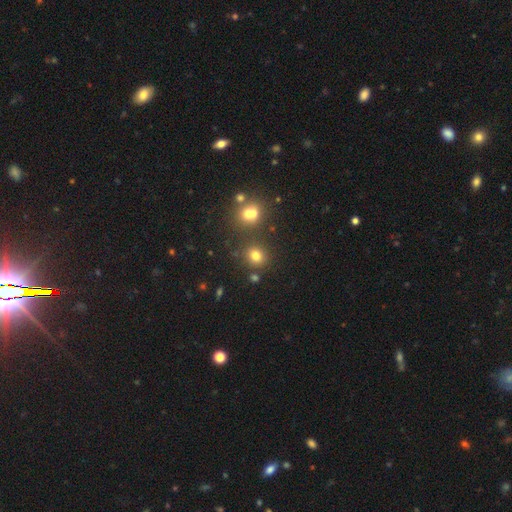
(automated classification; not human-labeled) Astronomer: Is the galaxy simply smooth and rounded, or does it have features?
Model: smooth — 74%.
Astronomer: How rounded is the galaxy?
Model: round — 79%.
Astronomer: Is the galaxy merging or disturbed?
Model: none — 77%.